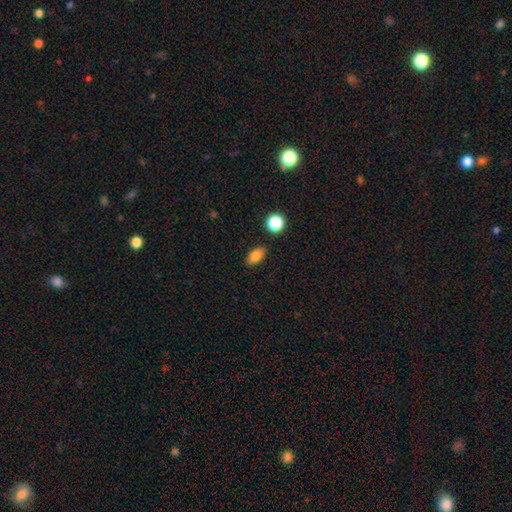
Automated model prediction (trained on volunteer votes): This appears to be a smooth galaxy with no disk features (85%) that is in between round and cigar-shaped (88%). Merging: none (86%).